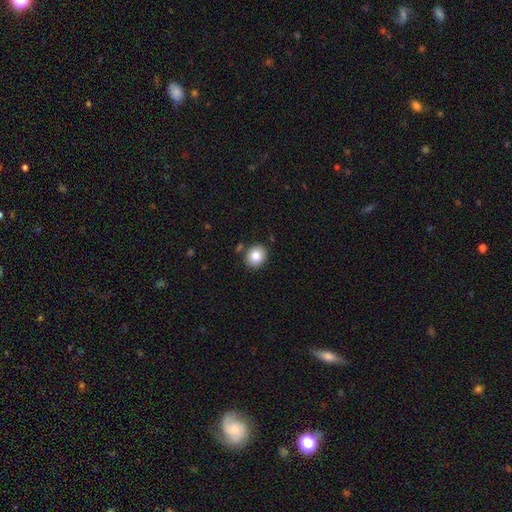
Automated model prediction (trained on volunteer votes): This is clearly a smooth galaxy (84%). How rounded: likely round (70%). Merging: clearly none (85%).